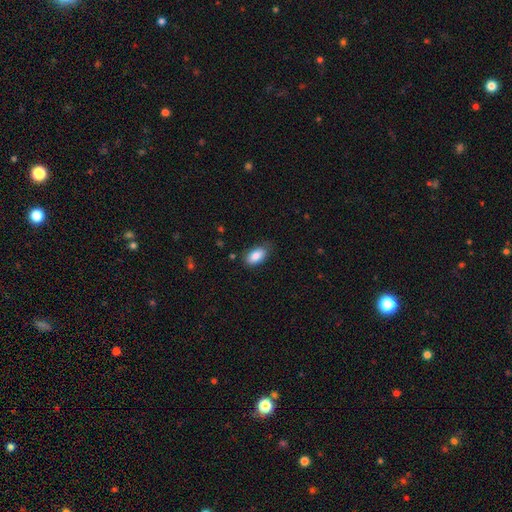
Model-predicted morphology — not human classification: Smooth or featured? smooth (86%)
How rounded? in between (93%)
Merging? none (78%)